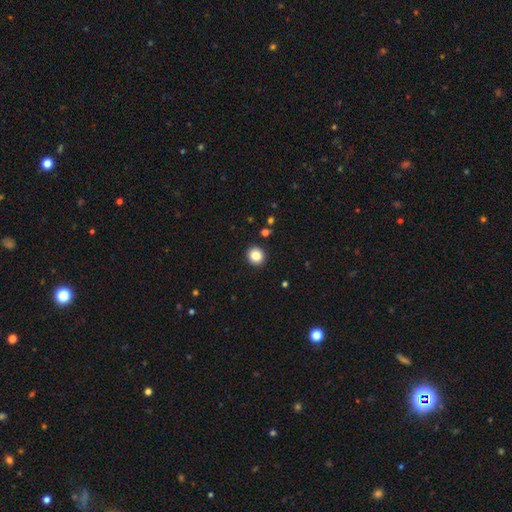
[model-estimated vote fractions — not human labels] The model was most divided on "smooth or featured": smooth: 85%, star or artifact: 10%, featured or disk: 5%. More confident: merging — none (92%); how rounded — round (90%).